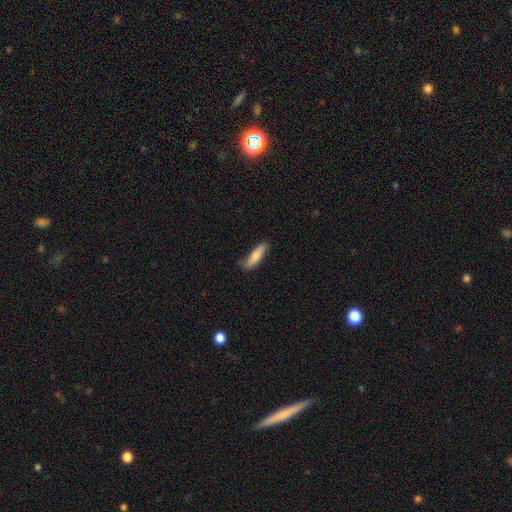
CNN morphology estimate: Overall: smooth (78%). How rounded: cigar-shaped (60%; in between 39%). Merging: none (71%).